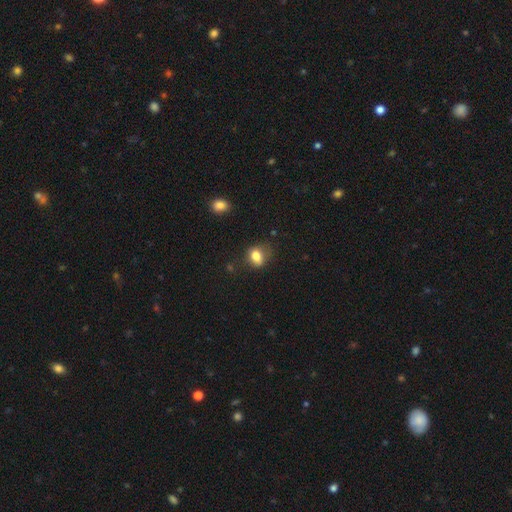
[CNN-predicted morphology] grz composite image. It shows a smooth galaxy with no disk features (80%) that is in between round and cigar-shaped (62%). Merging: none (59%).